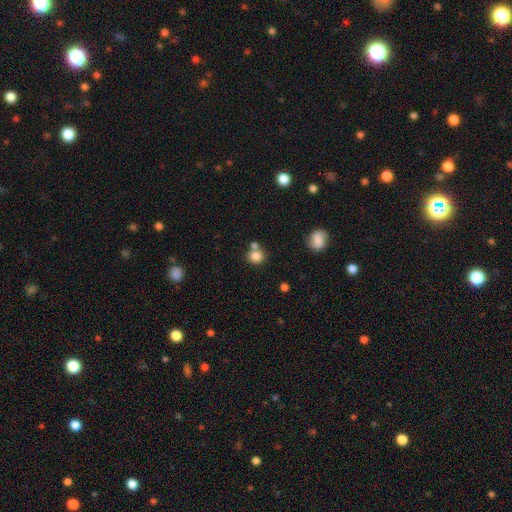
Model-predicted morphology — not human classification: Smooth or featured? Predicted: smooth (p=0.82). How rounded? Predicted: round (p=0.85). Merging? Predicted: none (p=0.58).